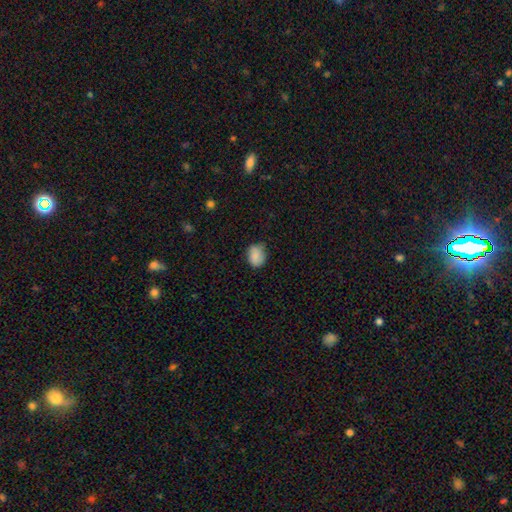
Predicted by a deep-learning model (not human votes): This appears to be a smooth galaxy with no disk features (85%) that is in between round and cigar-shaped (56%). Merging: none (69%).